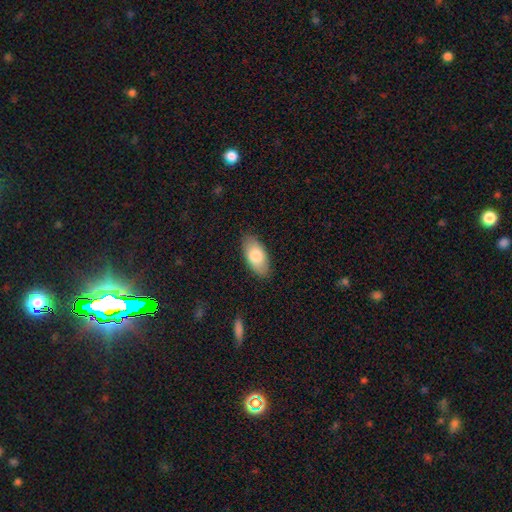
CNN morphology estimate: smooth-or-featured: smooth: 81% | featured or disk: 14% | star or artifact: 6%
  how-rounded: in between: 92% | cigar-shaped: 5% | round: 3%
  merging: none: 87% | minor disturbance: 10% | major disturbance: 2% | merger: 1%